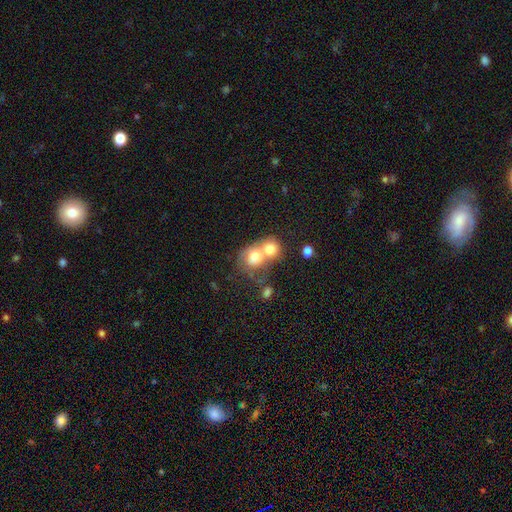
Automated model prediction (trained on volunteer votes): smooth_or_featured: smooth (p=0.68) [alt: featured or disk p=0.23]
how_rounded: round (p=0.58) [alt: in between p=0.41]
merging: merger (p=0.75) [alt: none p=0.14]